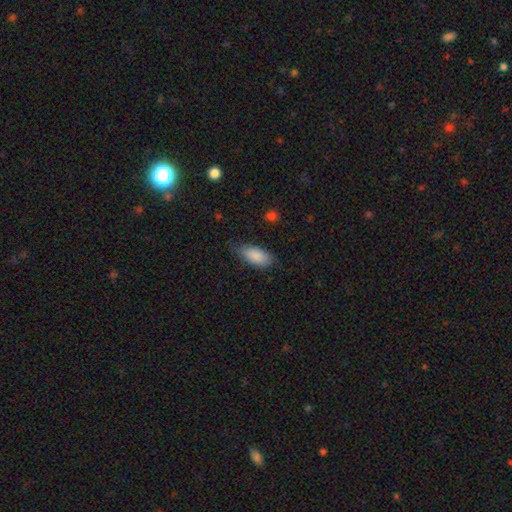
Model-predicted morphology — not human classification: type=smooth (88%); roundness=in between (87%); merging=none (72%).